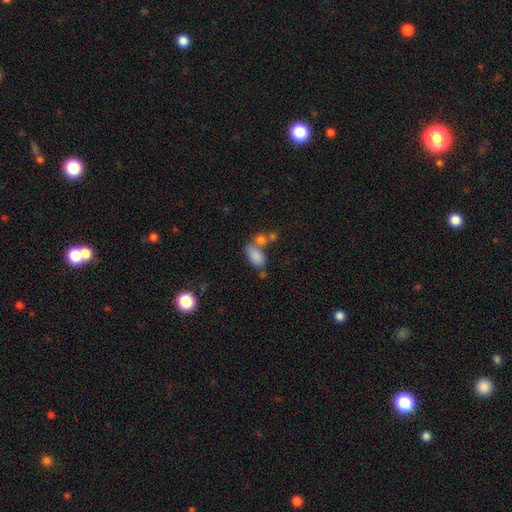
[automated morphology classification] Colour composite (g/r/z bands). It shows a smooth galaxy with no disk features (82%) that is in between round and cigar-shaped (90%). Merging: none (42%).